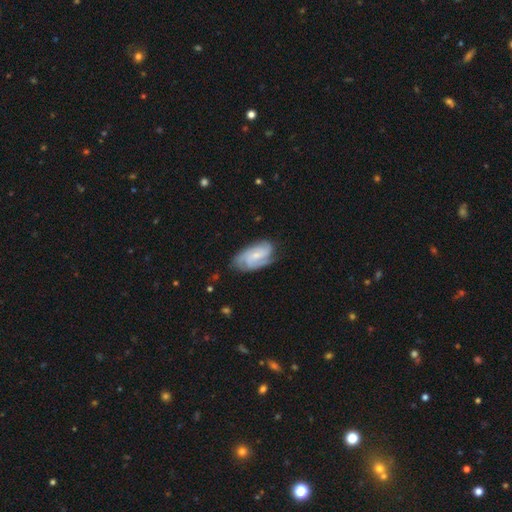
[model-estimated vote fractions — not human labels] A featured or disk galaxy (82%) with no bar (55%), 3 (44%) tight (53%) spiral arms (97%) and a small central bulge (66%). Merging: none (73%).